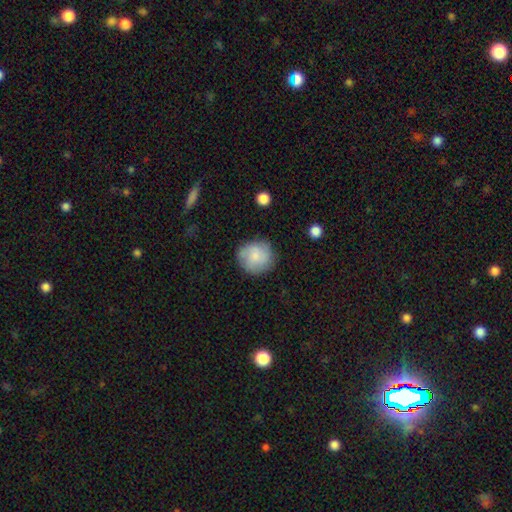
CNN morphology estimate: The model was most divided on "smooth or featured": smooth: 70%, featured or disk: 23%, star or artifact: 7%. More confident: how rounded — round (89%); merging — none (78%).